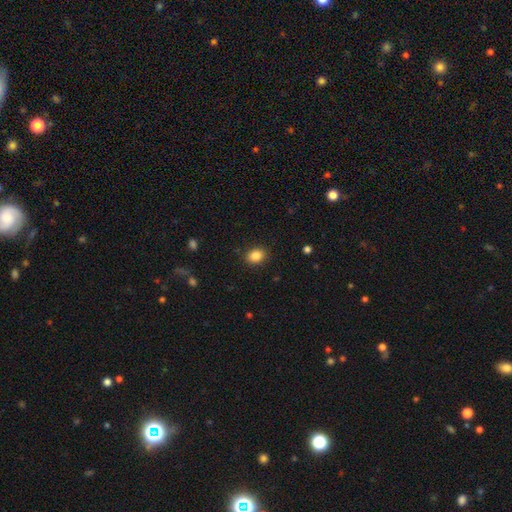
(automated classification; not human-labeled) smooth_or_featured: smooth (p=0.86) [alt: star or artifact p=0.10]
how_rounded: in between (p=0.54) [alt: round p=0.45]
merging: none (p=0.88) [alt: minor disturbance p=0.09]